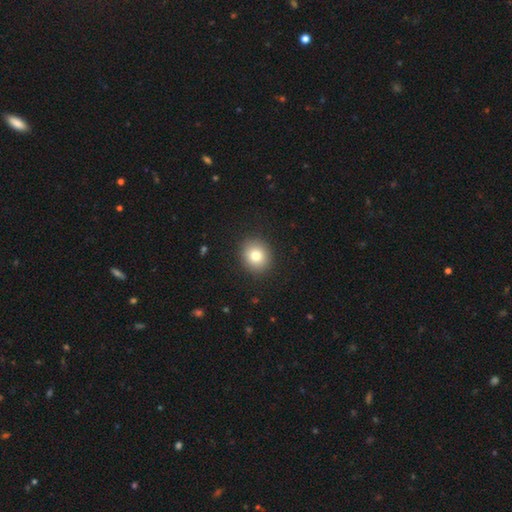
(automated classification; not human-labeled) smooth 80%, star or artifact 10%, featured or disk 10%. Down the decision tree: how rounded — round (78%); merging — none (90%).